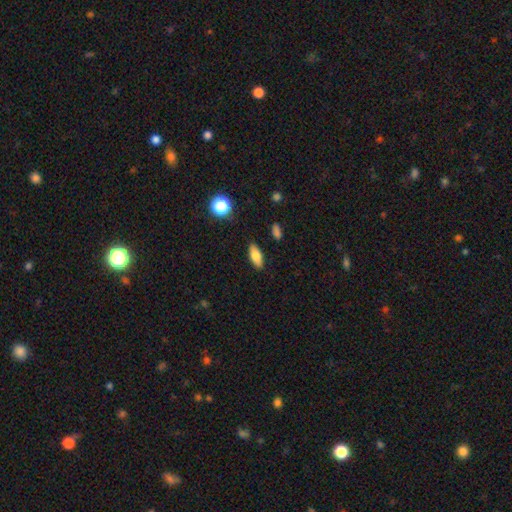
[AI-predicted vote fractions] A smooth galaxy with no disk features (77%) that is in between round and cigar-shaped (80%).

Vote fractions:
- Smooth or featured? smooth: 77% / featured or disk: 15% / star or artifact: 9%
- How rounded? in between: 80% / cigar-shaped: 17% / round: 4%
- Merging? none: 87% / minor disturbance: 9% / major disturbance: 2% / merger: 2%